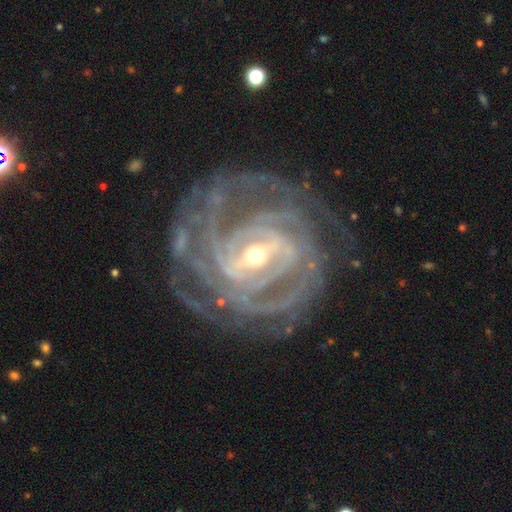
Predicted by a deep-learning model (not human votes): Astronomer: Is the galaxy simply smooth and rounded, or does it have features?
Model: featured or disk — 92%.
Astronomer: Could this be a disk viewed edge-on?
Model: no — 97%.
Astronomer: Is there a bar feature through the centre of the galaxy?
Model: strong — 58%.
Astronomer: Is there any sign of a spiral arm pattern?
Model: yes — 98%.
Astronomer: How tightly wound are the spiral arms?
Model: tight — 68%.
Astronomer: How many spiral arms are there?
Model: can't tell — 21% (runner-up: 4, 20%).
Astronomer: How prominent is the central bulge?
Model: small — 53% (runner-up: moderate, 42%).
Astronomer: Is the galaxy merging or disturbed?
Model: none — 67%.